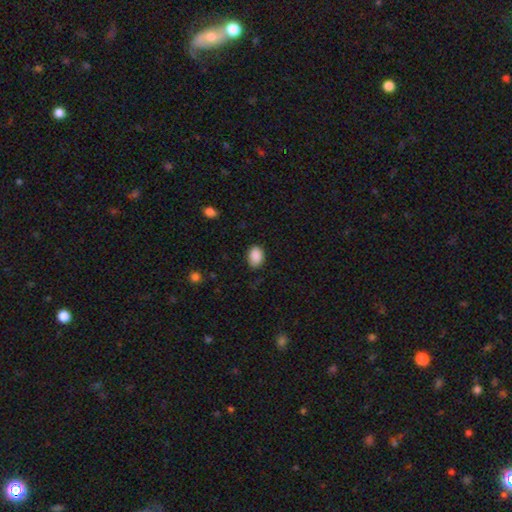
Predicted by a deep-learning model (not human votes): Q: Smooth or featured?
A: smooth (90%); runner-up: star or artifact (7%)
Q: How rounded?
A: in between (77%); runner-up: round (22%)
Q: Merging?
A: none (82%); runner-up: minor disturbance (13%)